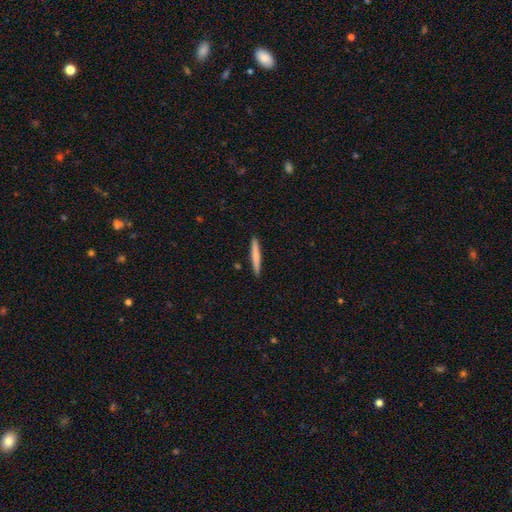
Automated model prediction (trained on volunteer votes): Smooth or featured? Predicted: smooth (p=0.74). How rounded? Predicted: cigar-shaped (p=0.96). Merging? Predicted: none (p=0.92).